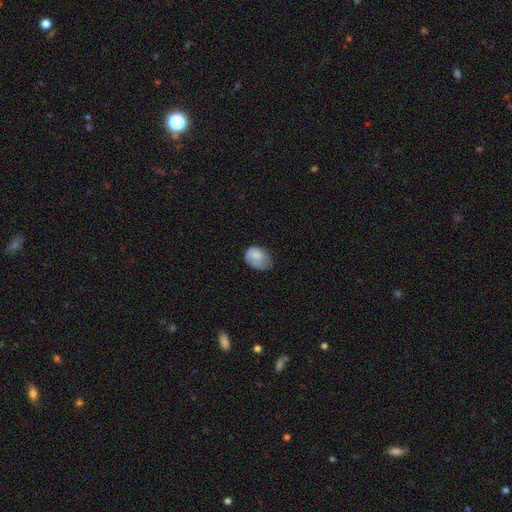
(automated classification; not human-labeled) smooth-or-featured: smooth: 78% | featured or disk: 14% | star or artifact: 8%
  how-rounded: in between: 74% | round: 25% | cigar-shaped: 1%
  merging: minor disturbance: 44% | none: 35% | major disturbance: 20% | merger: 2%